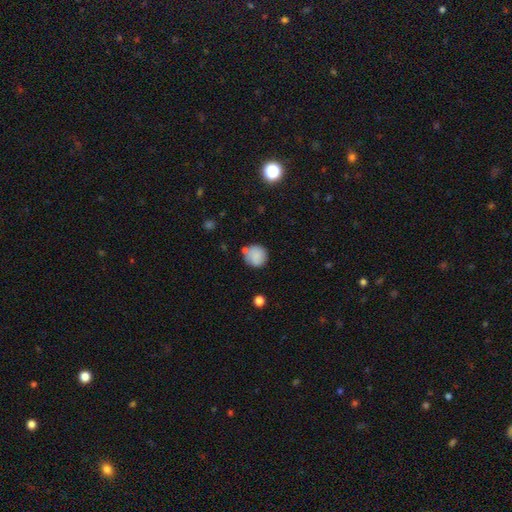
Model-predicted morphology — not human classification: Q: Smooth or featured?
A: smooth (85%); runner-up: star or artifact (8%)
Q: How rounded?
A: round (91%); runner-up: in between (8%)
Q: Merging?
A: none (71%); runner-up: minor disturbance (16%)